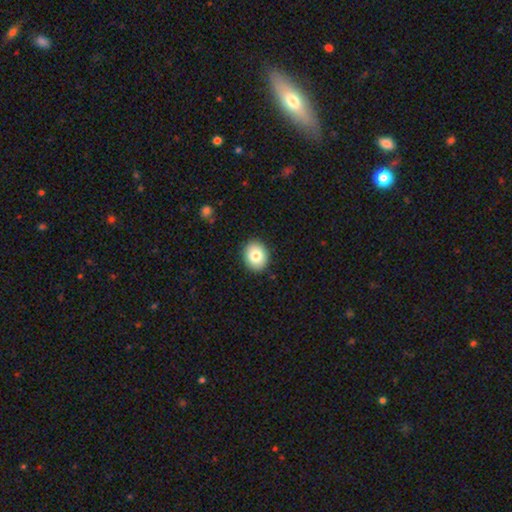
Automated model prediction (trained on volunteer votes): smooth-or-featured: smooth: 82% | featured or disk: 10% | star or artifact: 8%
  how-rounded: round: 60% | in between: 39% | cigar-shaped: 1%
  merging: none: 90% | minor disturbance: 7% | major disturbance: 2% | merger: 1%